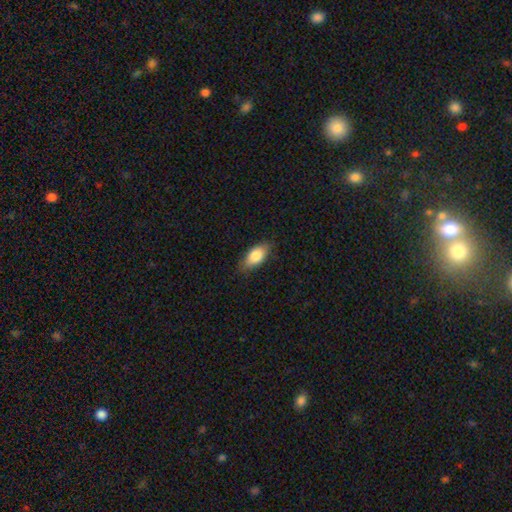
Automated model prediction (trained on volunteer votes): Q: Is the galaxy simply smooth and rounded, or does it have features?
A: smooth — 81%.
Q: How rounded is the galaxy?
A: in between — 88%.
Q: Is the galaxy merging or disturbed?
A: none — 80%.